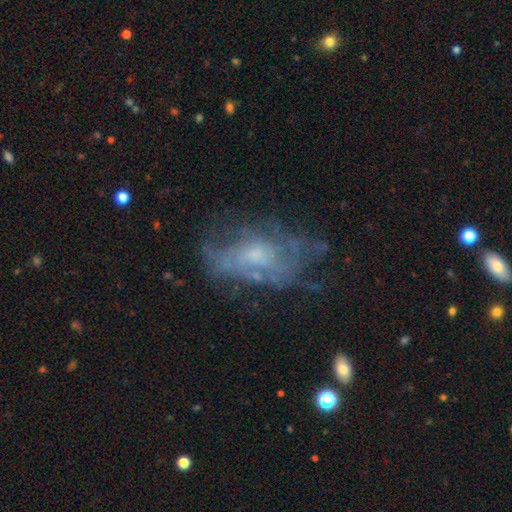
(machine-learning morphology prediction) A featured or disk galaxy (66%) with no bar (78%), no spiral arms (56%) and a small central bulge (43%).

Vote fractions:
- Smooth or featured? featured or disk: 66% / smooth: 24% / star or artifact: 10%
- Edge-on disk? no: 95% / yes: 5%
- Bar? no: 78% / weak: 19% / strong: 3%
- Spiral arms? no: 56% / yes: 44%
- Bulge size? small: 43% / moderate: 36% / none: 15% / large: 5% / dominant: 1%
- Merging? none: 44% / major disturbance: 28% / minor disturbance: 24% / merger: 4%